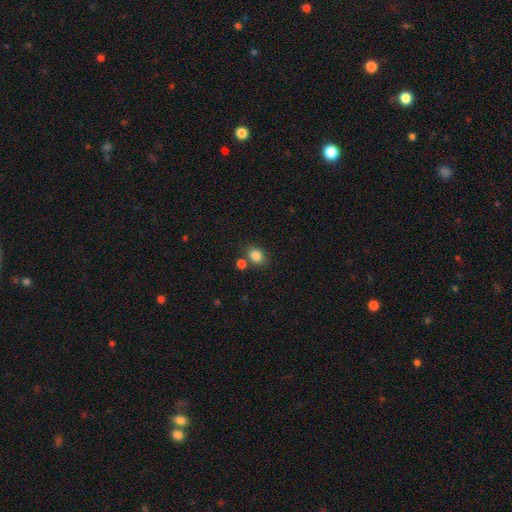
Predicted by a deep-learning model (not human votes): This is clearly a smooth galaxy (84%). How rounded: possibly in between (50%). Merging: likely none (71%).